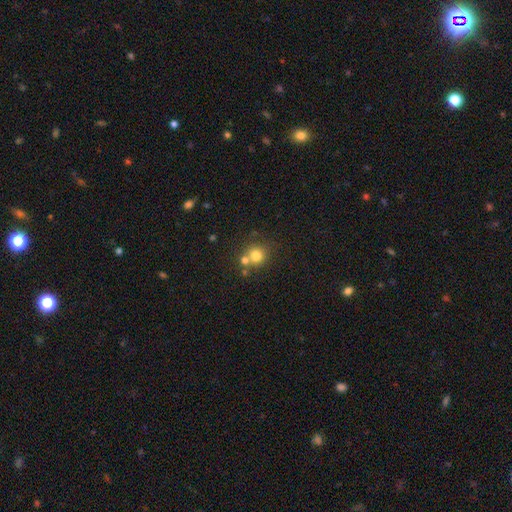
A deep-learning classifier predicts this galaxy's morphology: This appears to be a smooth galaxy with no disk features (75%) that is round (89%). Merging: none (56%).